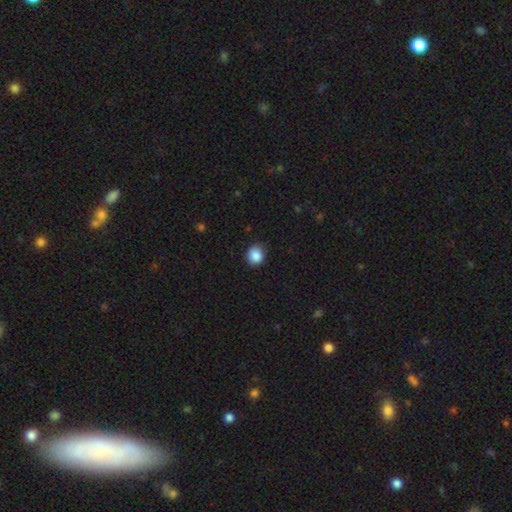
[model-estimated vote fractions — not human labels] Smooth or featured? Predicted: smooth (p=0.88). How rounded? Predicted: round (p=0.79). Merging? Predicted: none (p=0.85).